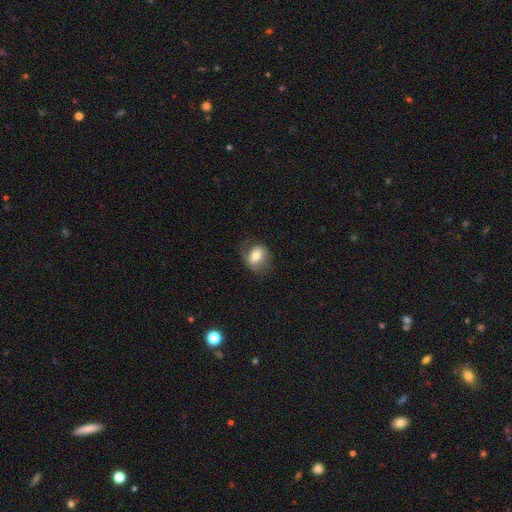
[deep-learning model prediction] Morphology: type=smooth (59%); roundness=in between (54%); merging=none (63%).